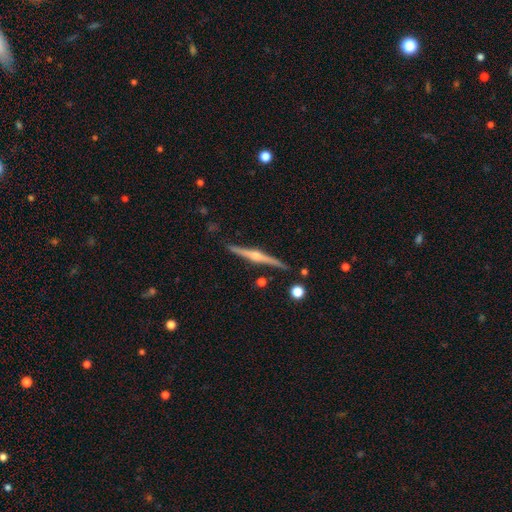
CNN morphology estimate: type=featured or disk (84%); edge-on=yes (99%); edge-on bulge=rounded (91%); merging=none (89%).